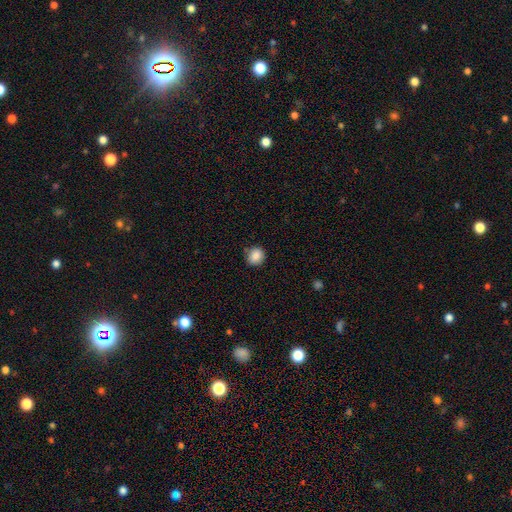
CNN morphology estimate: smooth-or-featured: smooth: 86% | star or artifact: 9% | featured or disk: 4%
  how-rounded: round: 83% | in between: 16% | cigar-shaped: 1%
  merging: none: 79% | minor disturbance: 16% | major disturbance: 3% | merger: 2%